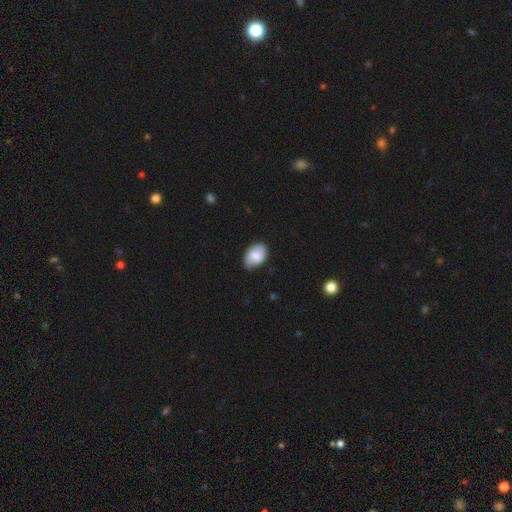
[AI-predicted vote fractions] Q: Smooth or featured?
A: smooth (74%); runner-up: featured or disk (20%)
Q: How rounded?
A: in between (86%); runner-up: round (13%)
Q: Merging?
A: none (71%); runner-up: minor disturbance (24%)